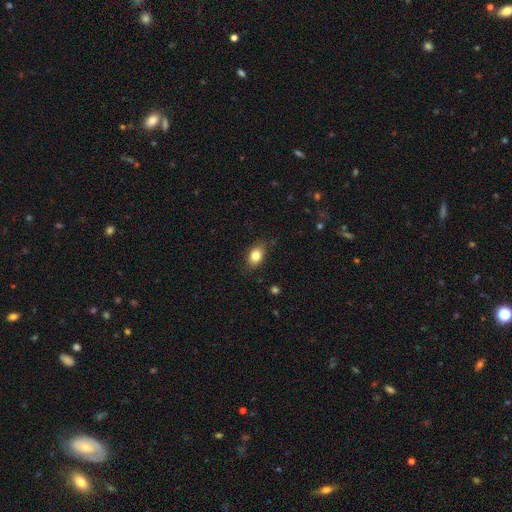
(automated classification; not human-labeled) Smooth or featured?
  - smooth: 82% *
  - featured or disk: 9%
  - star or artifact: 9%
How rounded?
  - in between: 80% *
  - round: 18%
  - cigar-shaped: 2%
Merging?
  - none: 81% *
  - minor disturbance: 15%
  - major disturbance: 3%
  - merger: 1%